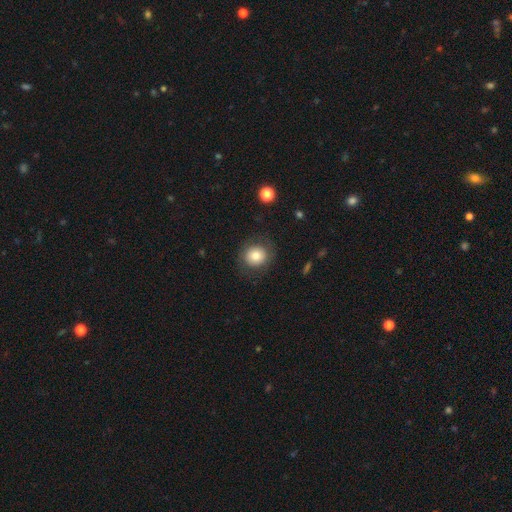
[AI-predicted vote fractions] This appears to be a smooth galaxy with no disk features (77%) that is round (83%). Merging: none (81%).